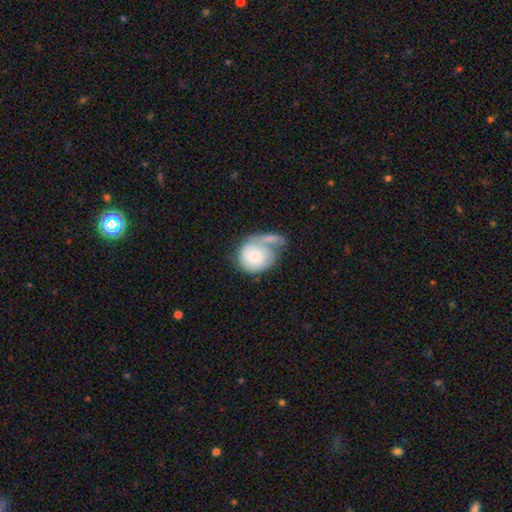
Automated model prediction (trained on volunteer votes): Overall: smooth (53%; featured or disk 41%). How rounded: round (77%). Merging: merger (37%; none 25%).